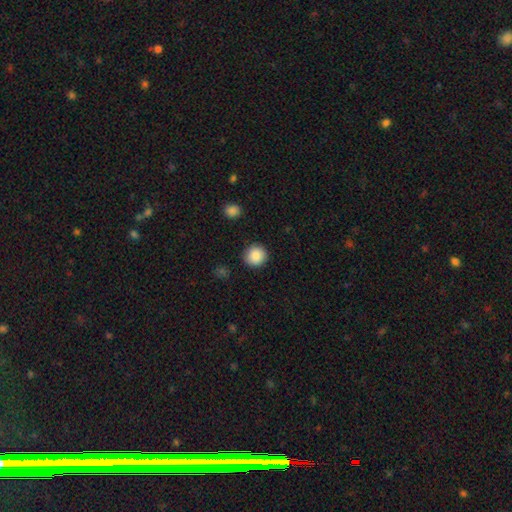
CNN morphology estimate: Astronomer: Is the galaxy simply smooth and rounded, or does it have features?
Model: smooth — 88%.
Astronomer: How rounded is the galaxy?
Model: round — 93%.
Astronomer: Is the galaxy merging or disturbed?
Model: none — 90%.